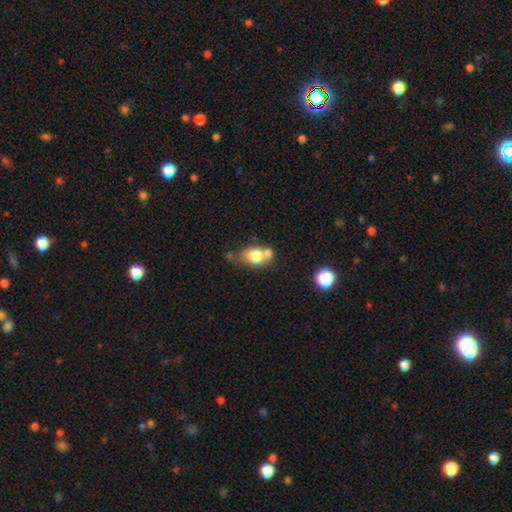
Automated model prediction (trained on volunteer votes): This is likely a smooth galaxy (73%). How rounded: likely in between (61%). Merging: marginally merger (43%).